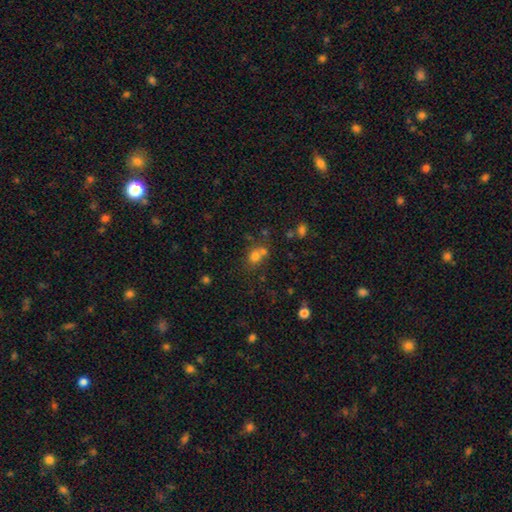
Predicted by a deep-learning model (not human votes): Morphology: type=smooth (68%); roundness=round (72%); merging=none (46%).